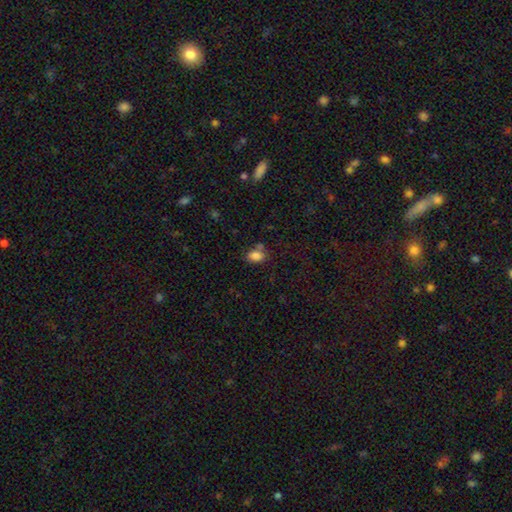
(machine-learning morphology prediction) Q: Smooth or featured?
A: smooth (83%); runner-up: star or artifact (10%)
Q: How rounded?
A: in between (77%); runner-up: round (22%)
Q: Merging?
A: none (62%); runner-up: merger (18%)